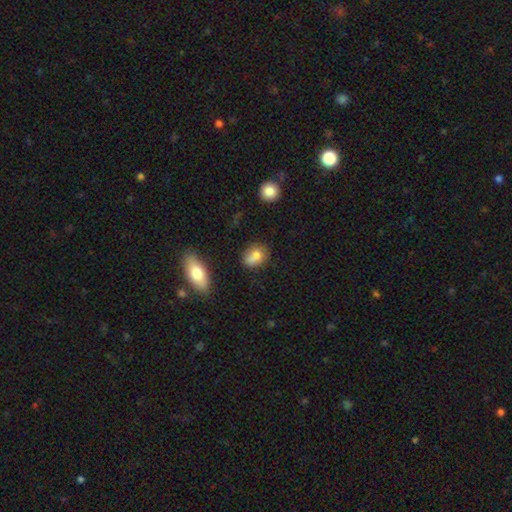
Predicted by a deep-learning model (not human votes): This is likely a smooth galaxy (77%). How rounded: likely in between (62%). Merging: possibly none (54%).